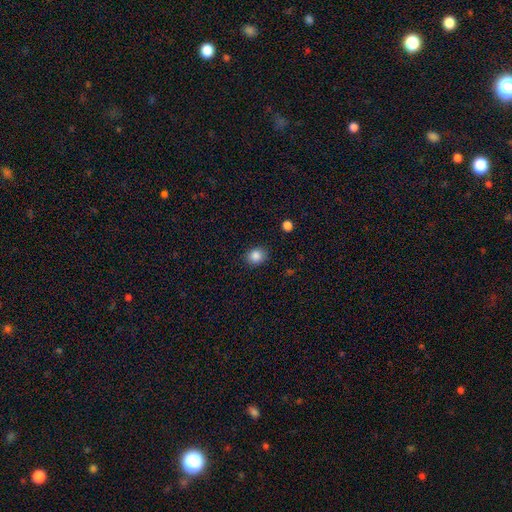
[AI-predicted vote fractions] Smooth or featured?
  - smooth: 86% *
  - star or artifact: 10%
  - featured or disk: 4%
How rounded?
  - round: 66% *
  - in between: 33%
  - cigar-shaped: 1%
Merging?
  - none: 87% *
  - minor disturbance: 9%
  - major disturbance: 2%
  - merger: 1%